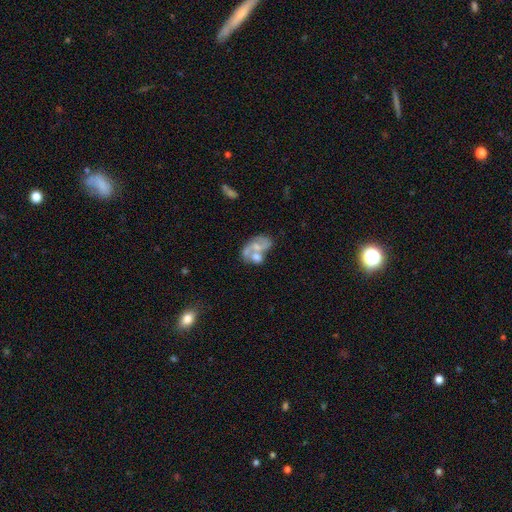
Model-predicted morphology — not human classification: Smooth or featured: featured or disk — 63% (smooth — 27%)
Edge-on disk: no — 97% (yes — 3%)
Bar: no — 72% (weak — 23%)
Spiral arms: yes — 60% (no — 40%)
Bulge size: moderate — 41% (small — 32%)
Merging: merger — 46% (none — 28%)